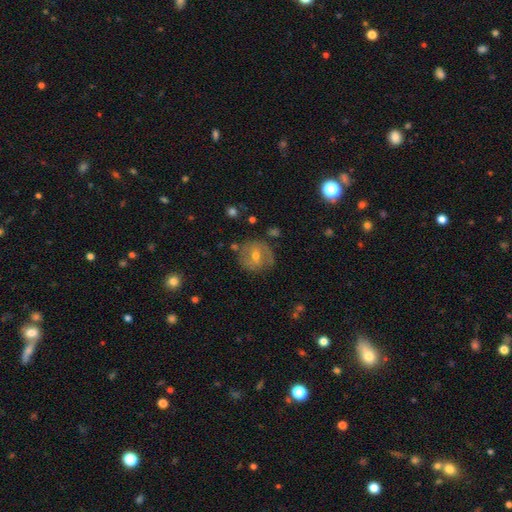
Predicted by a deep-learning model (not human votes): featured or disk 60%, smooth 29%, star or artifact 11%. Down the decision tree: edge-on disk — no (96%); bar — weak (46%); spiral arms — yes (69%); bulge size — moderate (58%); merging — none (75%).